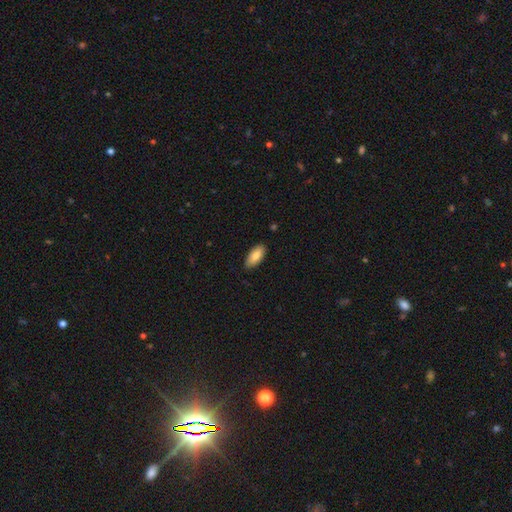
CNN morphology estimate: type=smooth (86%); roundness=in between (87%); merging=none (86%).